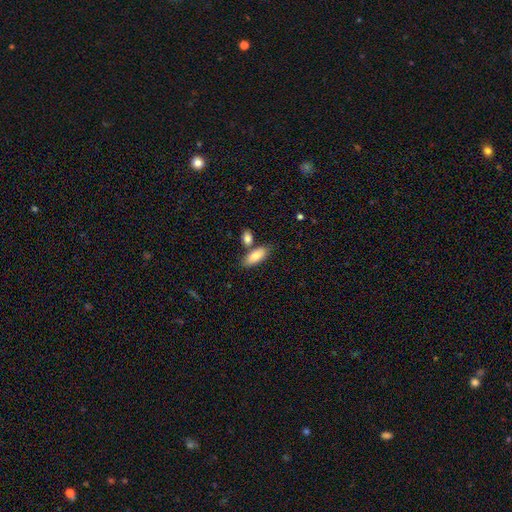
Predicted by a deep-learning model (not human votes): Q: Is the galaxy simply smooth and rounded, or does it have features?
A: smooth — 83%.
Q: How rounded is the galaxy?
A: in between — 80%.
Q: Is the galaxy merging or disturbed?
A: none — 67%.